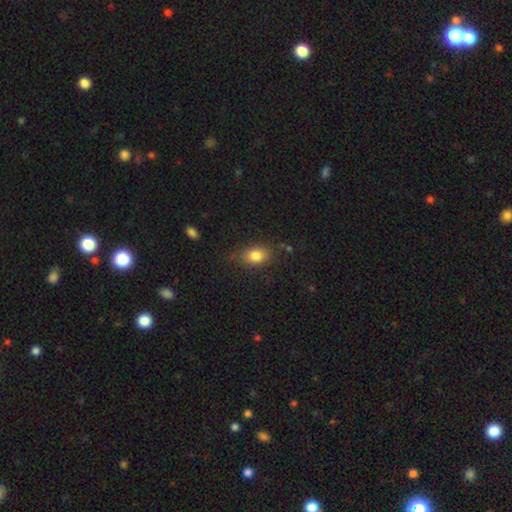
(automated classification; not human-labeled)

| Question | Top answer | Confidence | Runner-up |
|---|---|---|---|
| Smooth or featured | smooth | 82% | star or artifact (9%) |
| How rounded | in between | 76% | round (21%) |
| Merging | none | 75% | minor disturbance (18%) |